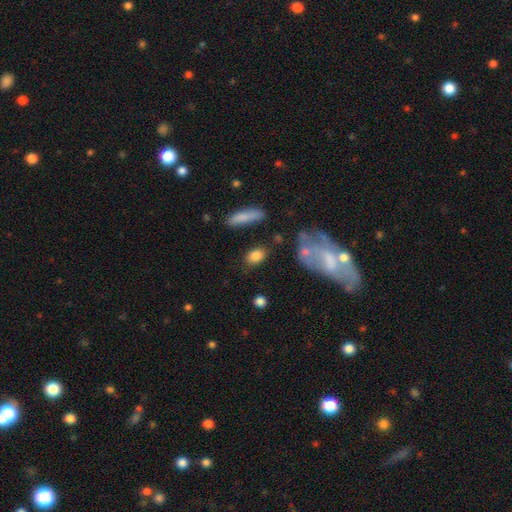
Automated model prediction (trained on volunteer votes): smooth_or_featured: smooth (p=0.83) [alt: featured or disk p=0.09]
how_rounded: in between (p=0.80) [alt: round p=0.15]
merging: none (p=0.74) [alt: minor disturbance p=0.15]